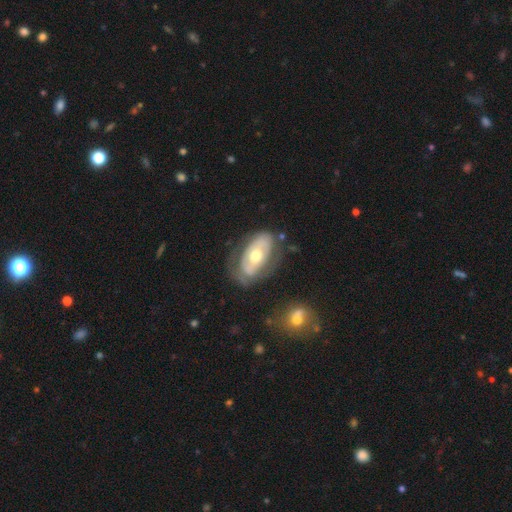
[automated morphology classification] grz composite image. It shows a featured or disk galaxy (64%) with no bar (72%), no spiral arms (56%) and a moderate central bulge (72%). Merging: none (63%).